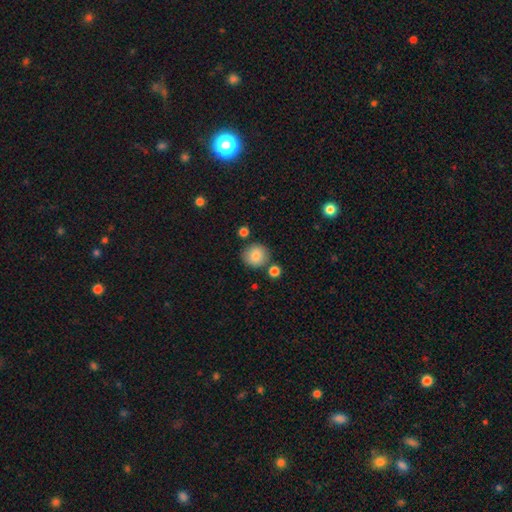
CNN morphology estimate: Overall: smooth (84%). How rounded: round (90%). Merging: none (81%).